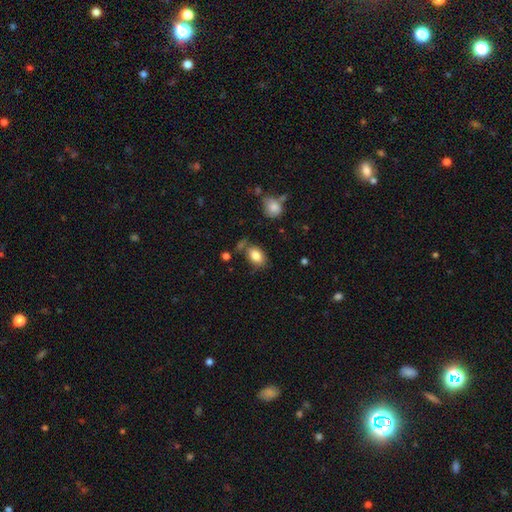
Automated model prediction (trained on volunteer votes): smooth_or_featured: smooth (p=0.83) [alt: featured or disk p=0.09]
how_rounded: in between (p=0.85) [alt: round p=0.14]
merging: none (p=0.68) [alt: minor disturbance p=0.19]